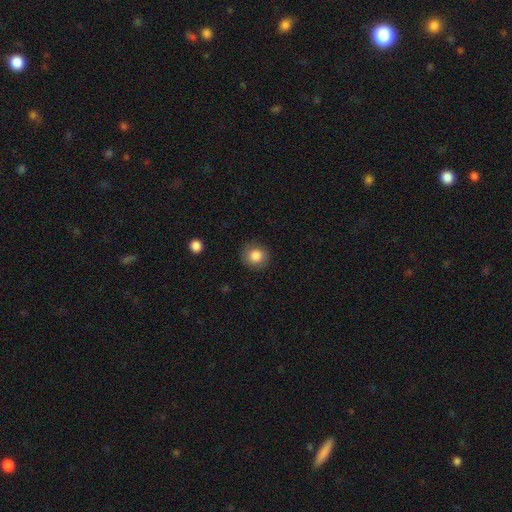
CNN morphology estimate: smooth 85%, star or artifact 9%, featured or disk 6%. Down the decision tree: how rounded — round (88%); merging — none (86%).